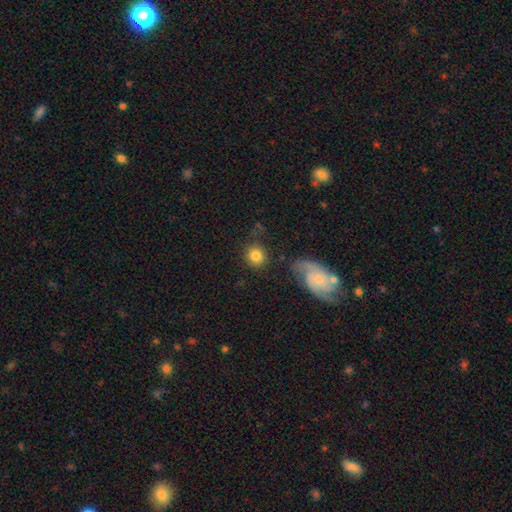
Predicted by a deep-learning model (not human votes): smooth_or_featured: smooth (p=0.80) [alt: featured or disk p=0.12]
how_rounded: round (p=0.85) [alt: in between p=0.14]
merging: none (p=0.76) [alt: minor disturbance p=0.11]